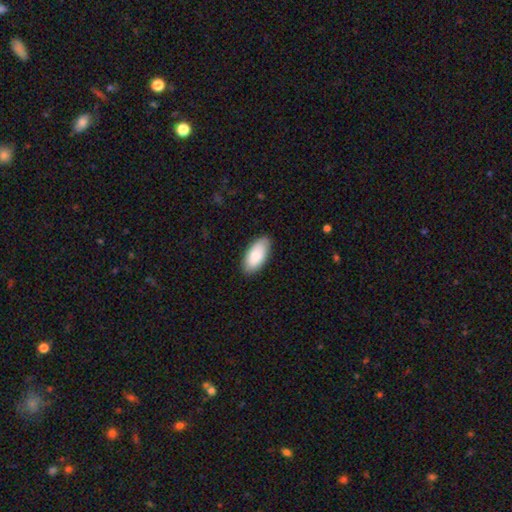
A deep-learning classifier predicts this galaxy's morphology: smooth 85%, featured or disk 10%, star or artifact 6%. Down the decision tree: how rounded — in between (93%); merging — none (85%).